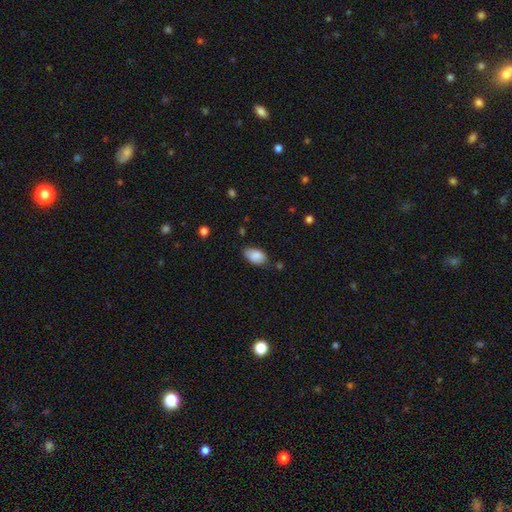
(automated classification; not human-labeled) Q: Smooth or featured?
A: smooth (87%); runner-up: star or artifact (7%)
Q: How rounded?
A: in between (92%); runner-up: round (7%)
Q: Merging?
A: none (71%); runner-up: minor disturbance (23%)